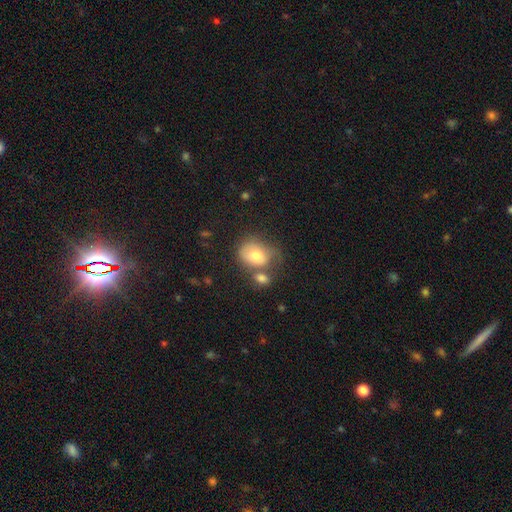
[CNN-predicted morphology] Q: Smooth or featured?
A: smooth (74%); runner-up: featured or disk (18%)
Q: How rounded?
A: in between (59%); runner-up: round (40%)
Q: Merging?
A: none (34%); runner-up: merger (33%)